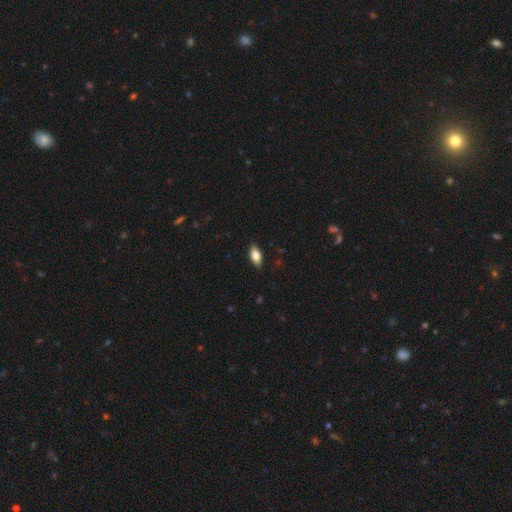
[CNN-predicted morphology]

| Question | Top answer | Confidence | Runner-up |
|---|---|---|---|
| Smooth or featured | smooth | 73% | featured or disk (20%) |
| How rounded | in between | 85% | cigar-shaped (12%) |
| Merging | none | 87% | minor disturbance (10%) |